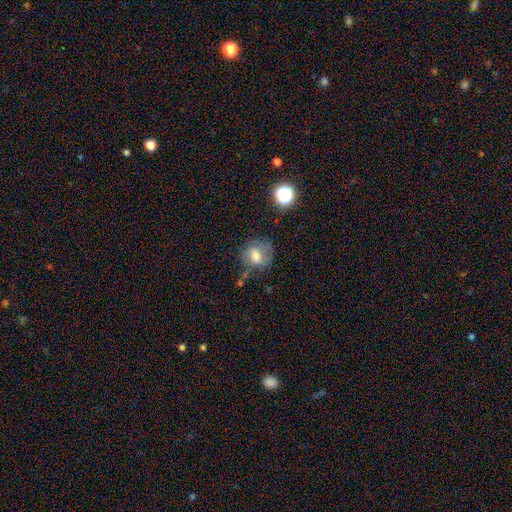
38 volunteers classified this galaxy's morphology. Smooth or featured? smooth (53%)
How rounded? round (75%)
Merging? none (57%)